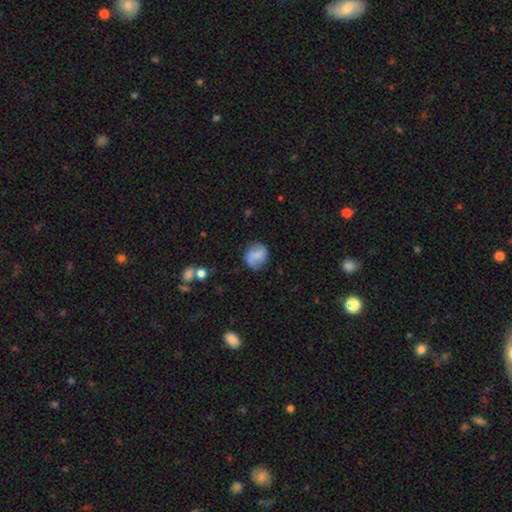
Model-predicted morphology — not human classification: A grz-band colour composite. It shows a featured or disk galaxy (47%). Merging: none (72%).